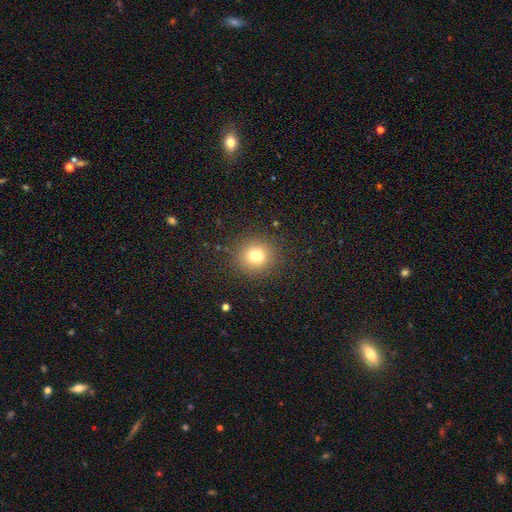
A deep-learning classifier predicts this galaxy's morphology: Smooth or featured: smooth — 76% (star or artifact — 15%)
How rounded: round — 88% (in between — 11%)
Merging: none — 89% (minor disturbance — 7%)